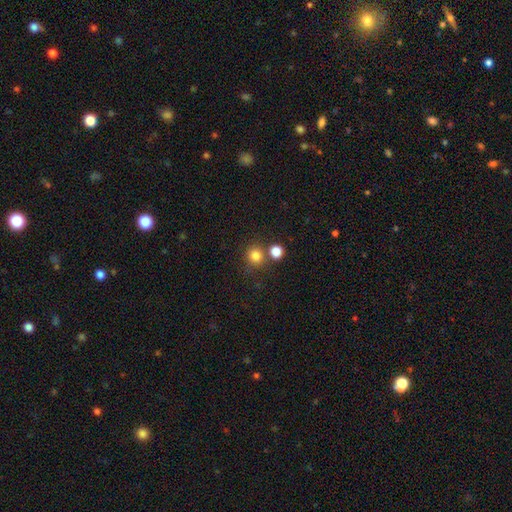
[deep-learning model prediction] A smooth galaxy with no disk features (81%) that is round (91%).

Vote fractions:
- Smooth or featured? smooth: 81% / star or artifact: 14% / featured or disk: 5%
- How rounded? round: 91% / in between: 8% / cigar-shaped: 1%
- Merging? none: 72% / merger: 17% / minor disturbance: 8% / major disturbance: 3%